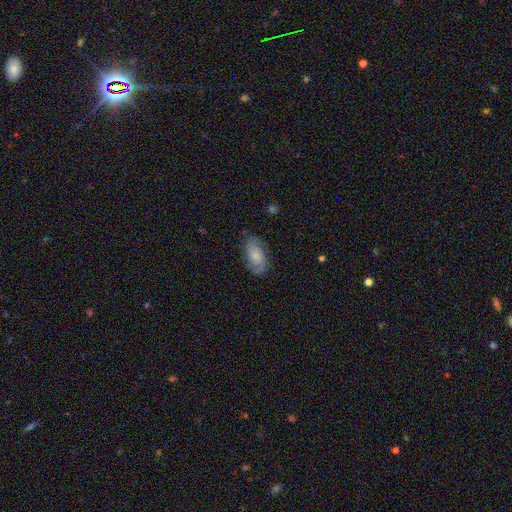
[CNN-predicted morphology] Q: Smooth or featured?
A: featured or disk (50%); runner-up: smooth (42%)
Q: Edge-on disk?
A: no (94%); runner-up: yes (6%)
Q: Merging?
A: none (76%); runner-up: minor disturbance (17%)